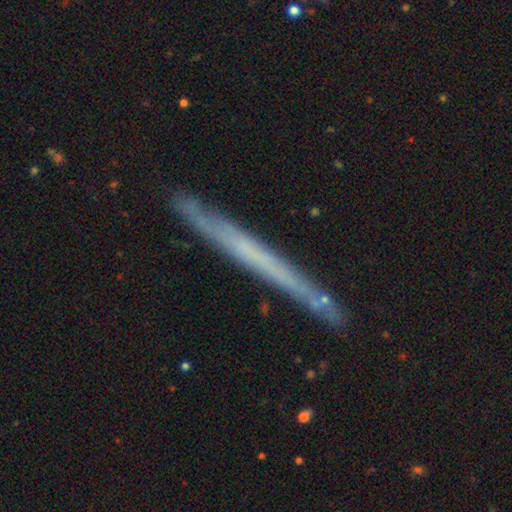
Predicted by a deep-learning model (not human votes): A featured or disk galaxy (59%) viewed edge-on (94%) with no central bulge (90%).

Vote fractions:
- Smooth or featured? featured or disk: 59% / smooth: 30% / star or artifact: 10%
- Edge-on disk? yes: 94% / no: 6%
- Edge-on bulge? none: 90% / rounded: 6% / boxy: 4%
- Merging? none: 86% / minor disturbance: 11% / major disturbance: 2% / merger: 2%